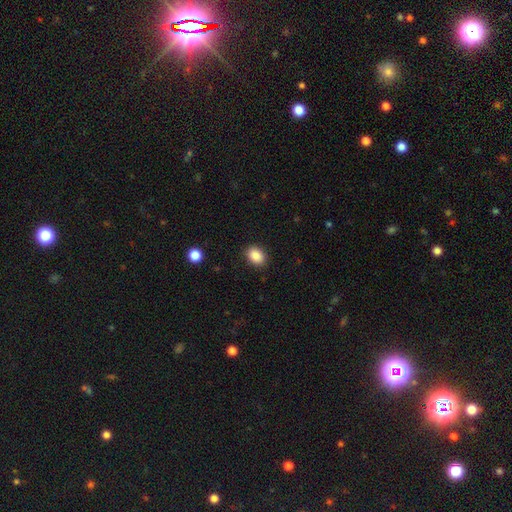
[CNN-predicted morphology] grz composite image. It shows a smooth galaxy with no disk features (88%) that is in between round and cigar-shaped (71%). Merging: none (89%).